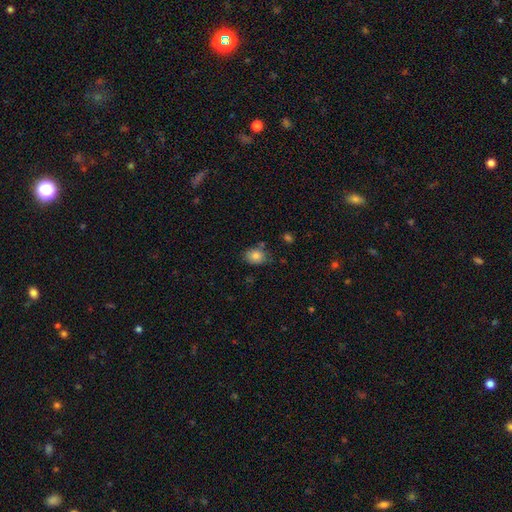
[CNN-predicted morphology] smooth 81%, star or artifact 10%, featured or disk 9%. Down the decision tree: how rounded — in between (53%); merging — none (74%).